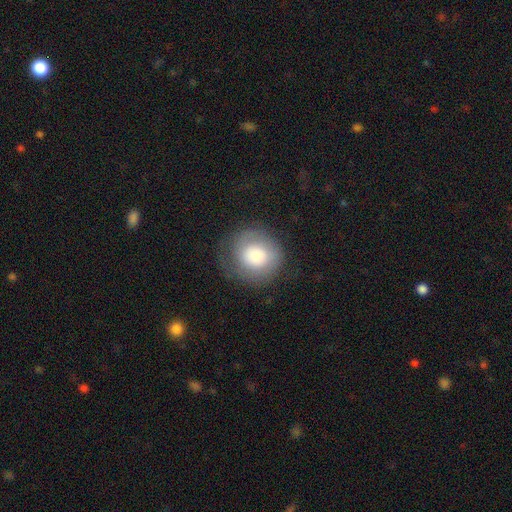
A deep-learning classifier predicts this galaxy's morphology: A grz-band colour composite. It shows a smooth galaxy with no disk features (72%) that is round (90%). Merging: none (71%).